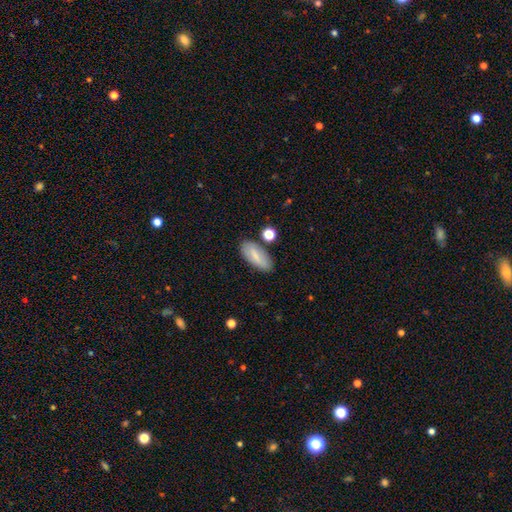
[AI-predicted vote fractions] This is likely a smooth galaxy (74%). How rounded: clearly in between (81%). Merging: likely none (78%).